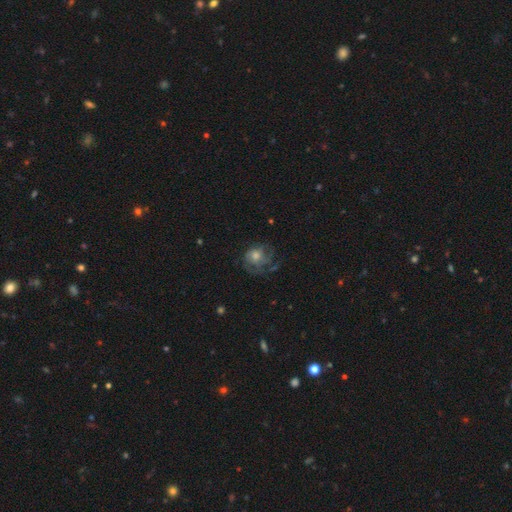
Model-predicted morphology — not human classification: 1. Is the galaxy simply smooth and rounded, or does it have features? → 62% featured or disk, 26% smooth, 12% star or artifact.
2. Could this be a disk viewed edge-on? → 97% no, 3% yes.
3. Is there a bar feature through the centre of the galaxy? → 80% no, 18% weak, 3% strong.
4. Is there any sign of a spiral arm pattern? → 82% yes, 18% no.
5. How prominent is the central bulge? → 59% moderate, 21% small, 15% large, 4% none, 2% dominant.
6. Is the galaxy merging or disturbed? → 57% none, 22% major disturbance, 20% minor disturbance, 2% merger.